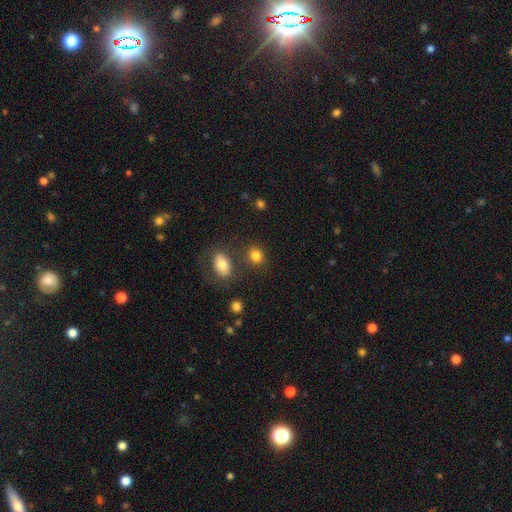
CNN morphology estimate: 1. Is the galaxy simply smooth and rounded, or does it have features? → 83% smooth, 11% star or artifact, 6% featured or disk.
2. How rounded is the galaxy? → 59% round, 39% in between, 1% cigar-shaped.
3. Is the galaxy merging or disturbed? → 73% none, 11% merger, 11% minor disturbance, 4% major disturbance.